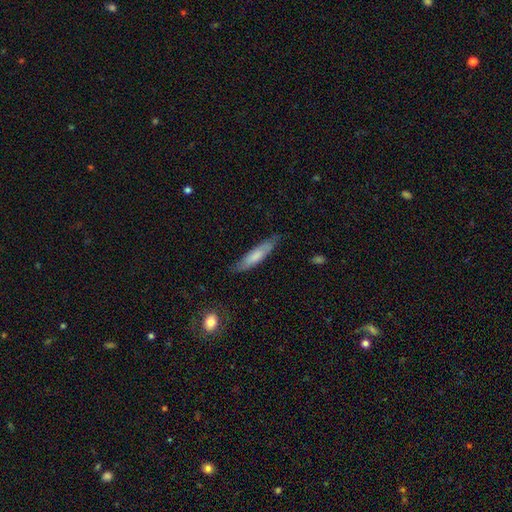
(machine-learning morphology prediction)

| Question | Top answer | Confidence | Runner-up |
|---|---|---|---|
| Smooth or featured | smooth | 69% | featured or disk (25%) |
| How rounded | cigar-shaped | 79% | in between (19%) |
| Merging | none | 78% | minor disturbance (17%) |